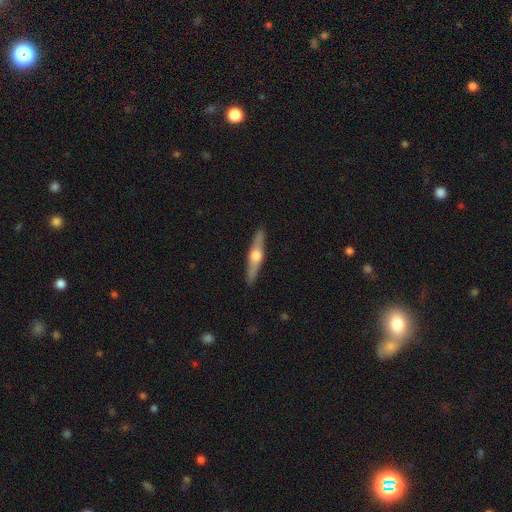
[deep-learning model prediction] The model was most divided on "smooth or featured": featured or disk: 63%, smooth: 32%, star or artifact: 5%. More confident: edge-on disk — yes (95%); edge-on bulge — rounded (95%); merging — none (90%).